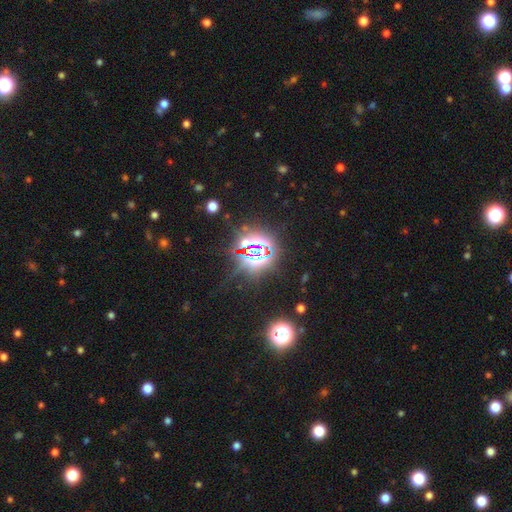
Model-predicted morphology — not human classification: smooth-or-featured: star or artifact: 84% | smooth: 10% | featured or disk: 6%